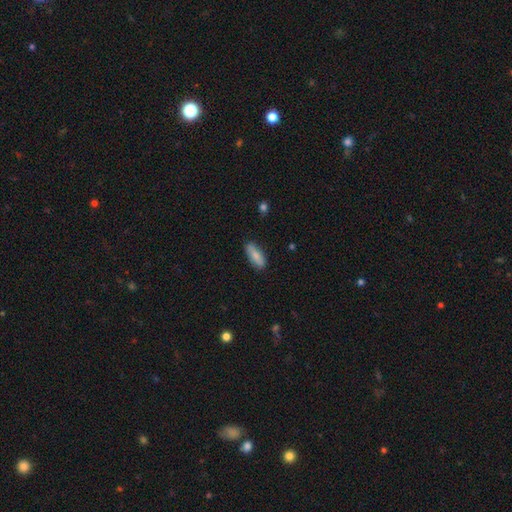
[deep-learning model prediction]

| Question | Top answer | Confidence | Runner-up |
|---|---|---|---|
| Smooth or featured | smooth | 79% | featured or disk (15%) |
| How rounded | in between | 63% | cigar-shaped (35%) |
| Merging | none | 84% | minor disturbance (12%) |